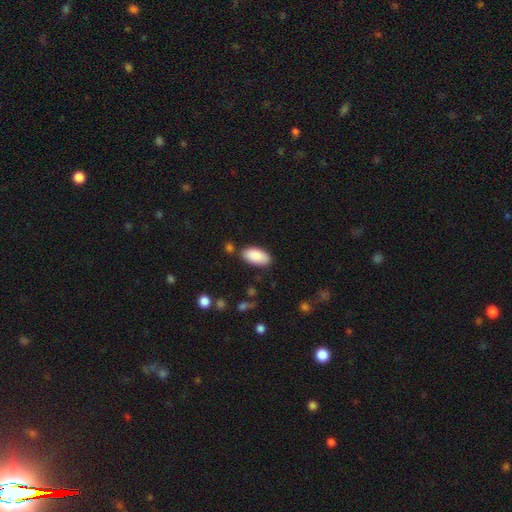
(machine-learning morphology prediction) Q: Smooth or featured?
A: smooth (89%); runner-up: star or artifact (6%)
Q: How rounded?
A: in between (94%); runner-up: cigar-shaped (4%)
Q: Merging?
A: none (83%); runner-up: minor disturbance (11%)